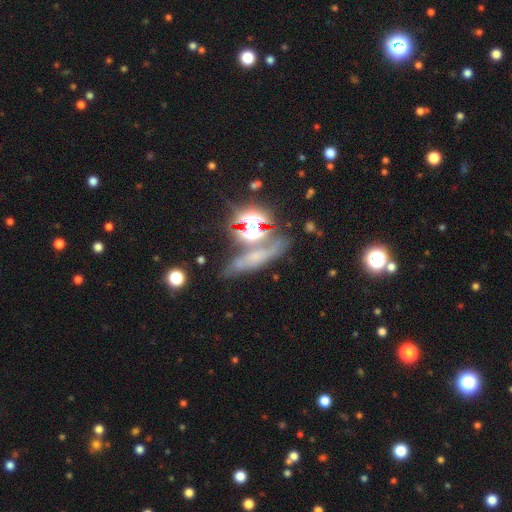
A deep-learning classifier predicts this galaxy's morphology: Smooth or featured: smooth — 37% (star or artifact — 34%)
Merging: none — 58% (minor disturbance — 18%)